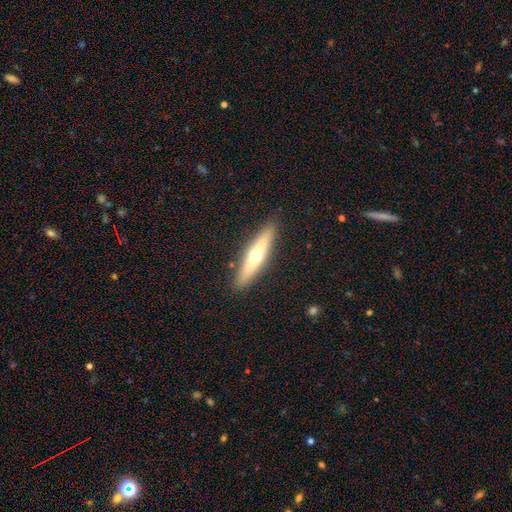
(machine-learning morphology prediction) Q: Smooth or featured?
A: featured or disk (50%); runner-up: smooth (44%)
Q: Merging?
A: none (90%); runner-up: minor disturbance (7%)